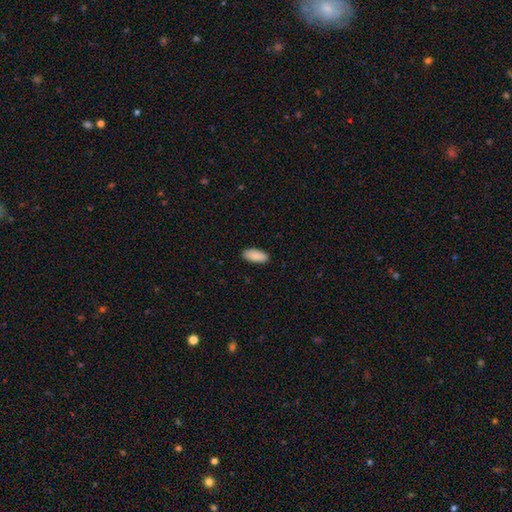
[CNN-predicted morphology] smooth-or-featured: smooth: 89% | star or artifact: 6% | featured or disk: 5%
  how-rounded: in between: 88% | cigar-shaped: 10% | round: 2%
  merging: none: 89% | minor disturbance: 8% | major disturbance: 2% | merger: 1%